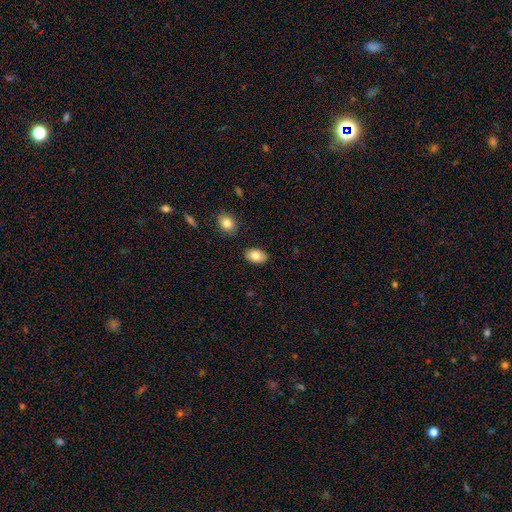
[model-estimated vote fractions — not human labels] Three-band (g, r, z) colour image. It shows a smooth galaxy with no disk features (82%) that is in between round and cigar-shaped (88%). Merging: none (86%).